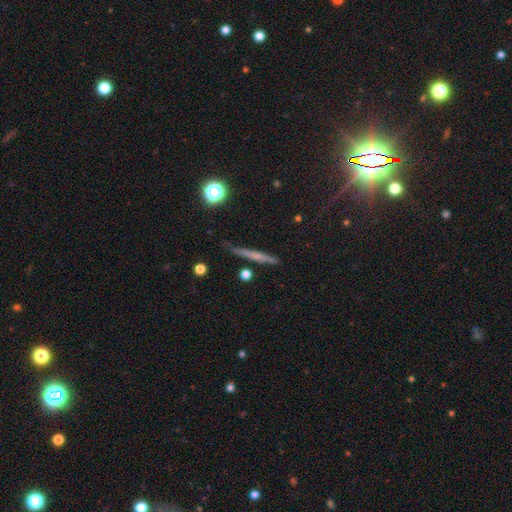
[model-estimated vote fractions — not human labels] smooth-or-featured: smooth: 46% | featured or disk: 43% | star or artifact: 11%
  merging: none: 81% | minor disturbance: 13% | major disturbance: 3% | merger: 2%